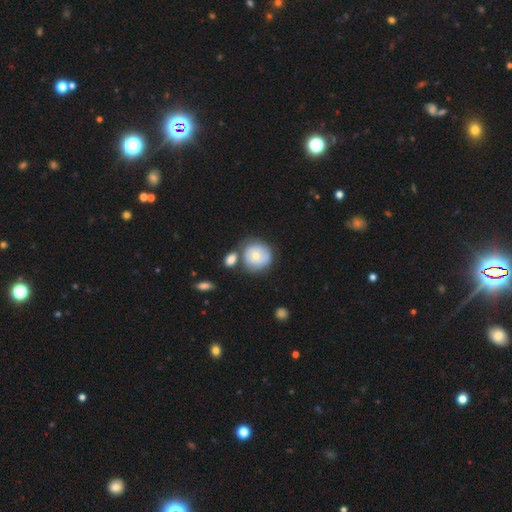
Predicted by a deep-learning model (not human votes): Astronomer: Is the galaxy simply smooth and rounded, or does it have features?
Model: smooth — 57% (runner-up: featured or disk, 36%).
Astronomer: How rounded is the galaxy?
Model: round — 88%.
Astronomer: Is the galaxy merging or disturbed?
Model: none — 55%.